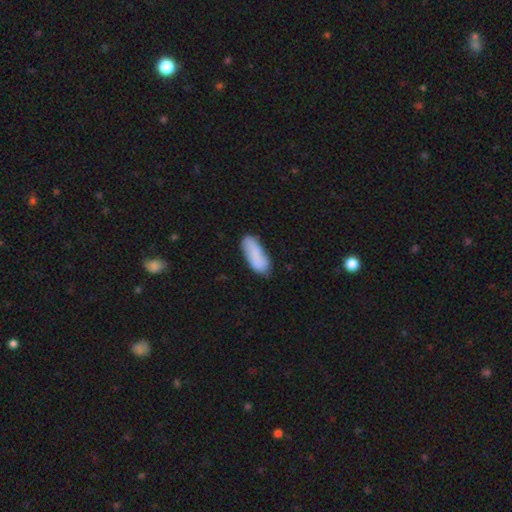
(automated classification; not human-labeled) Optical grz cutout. It shows a smooth galaxy with no disk features (81%) that is in between round and cigar-shaped (77%). Merging: none (73%).